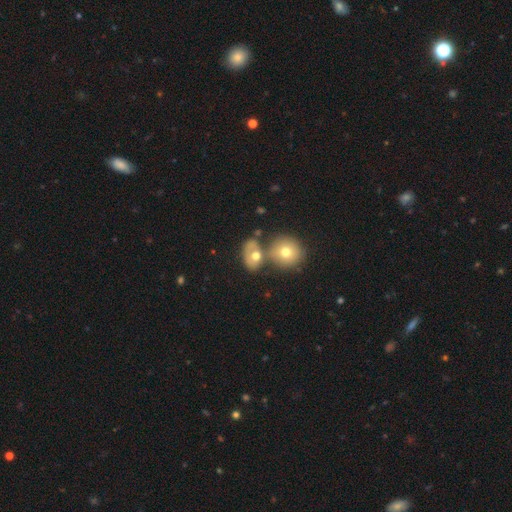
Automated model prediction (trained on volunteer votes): The model was most divided on "merging": merger: 42%, none: 38%, minor disturbance: 13%, major disturbance: 7%. More confident: how rounded — in between (65%); smooth or featured — smooth (60%).